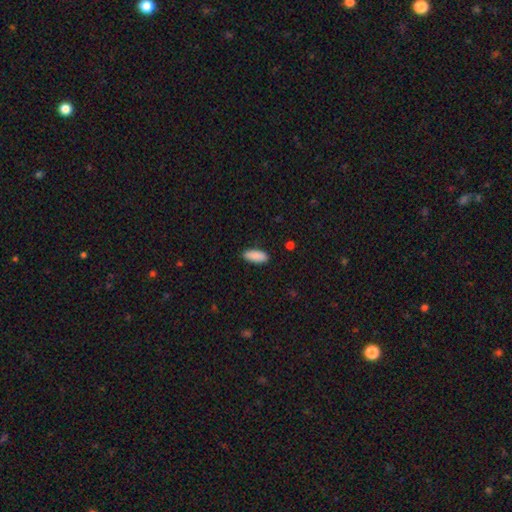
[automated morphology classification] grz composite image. It shows a smooth galaxy with no disk features (90%) that is in between round and cigar-shaped (83%). Merging: none (89%).